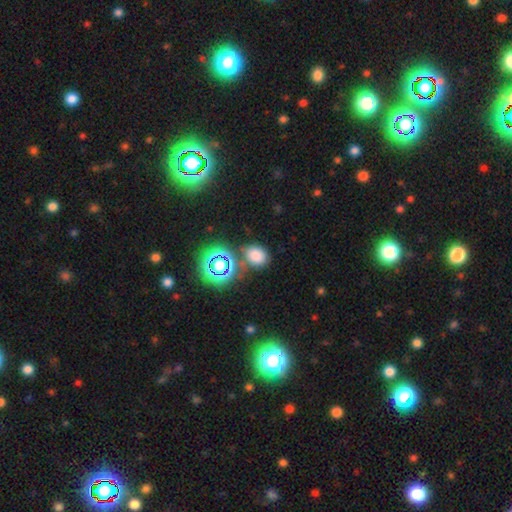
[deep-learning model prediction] The model was most divided on "how rounded": in between: 53%, round: 46%, cigar-shaped: 1%. More confident: smooth or featured — smooth (69%); merging — none (68%).